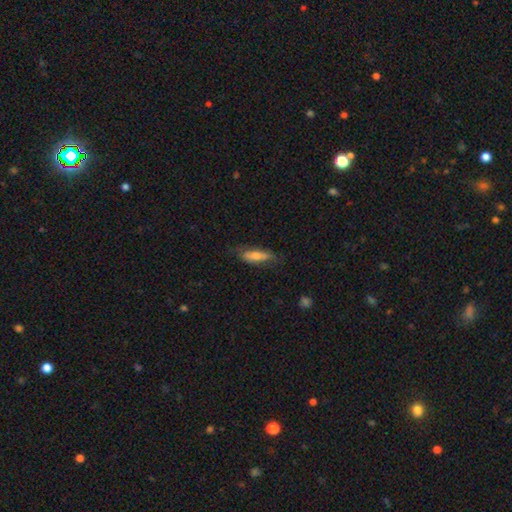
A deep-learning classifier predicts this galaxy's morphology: A smooth galaxy with no disk features (63%) that is cigar-shaped (54%).

Vote fractions:
- Smooth or featured? smooth: 63% / featured or disk: 30% / star or artifact: 6%
- How rounded? cigar-shaped: 54% / in between: 44% / round: 2%
- Merging? none: 72% / minor disturbance: 21% / major disturbance: 5% / merger: 1%